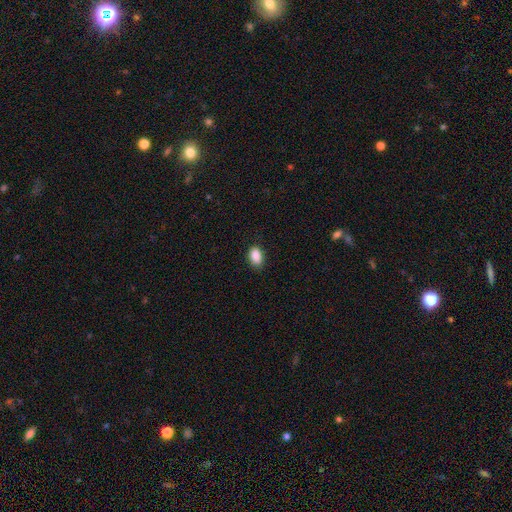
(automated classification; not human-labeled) smooth-or-featured: smooth: 89% | star or artifact: 8% | featured or disk: 3%
  how-rounded: in between: 88% | round: 10% | cigar-shaped: 1%
  merging: none: 86% | minor disturbance: 11% | major disturbance: 2% | merger: 1%